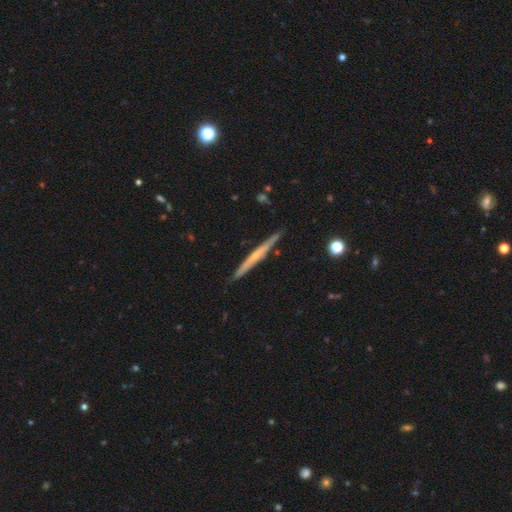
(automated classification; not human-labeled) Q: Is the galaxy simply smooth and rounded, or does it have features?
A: featured or disk — 67%.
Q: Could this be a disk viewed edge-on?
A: yes — 97%.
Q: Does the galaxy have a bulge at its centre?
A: rounded — 50%.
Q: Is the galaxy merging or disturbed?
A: none — 88%.